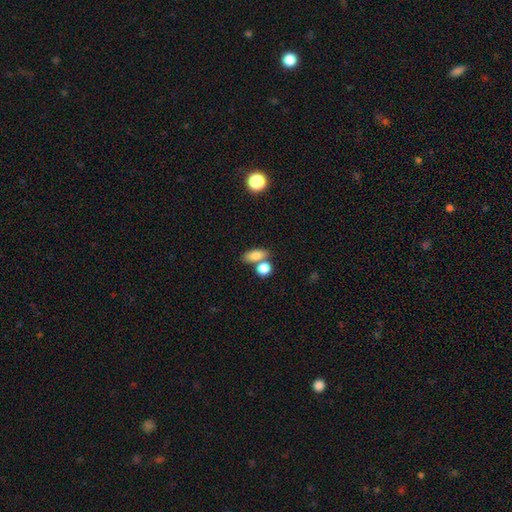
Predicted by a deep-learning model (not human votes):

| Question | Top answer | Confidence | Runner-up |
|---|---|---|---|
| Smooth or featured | smooth | 78% | featured or disk (12%) |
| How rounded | in between | 75% | round (16%) |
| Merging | none | 55% | merger (31%) |